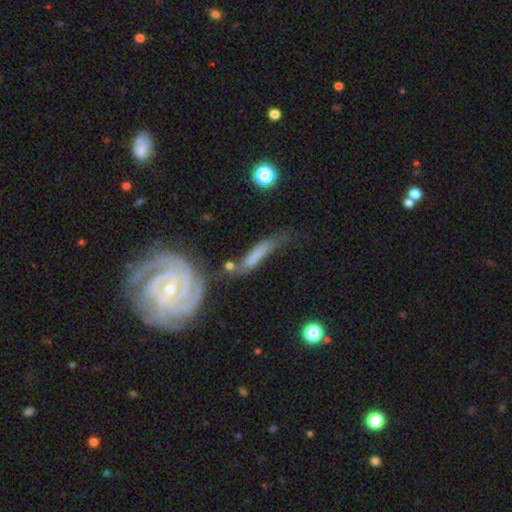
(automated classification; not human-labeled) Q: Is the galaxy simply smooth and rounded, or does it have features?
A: smooth — 55%.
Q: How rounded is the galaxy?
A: cigar-shaped — 81%.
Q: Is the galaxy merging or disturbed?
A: none — 44%.